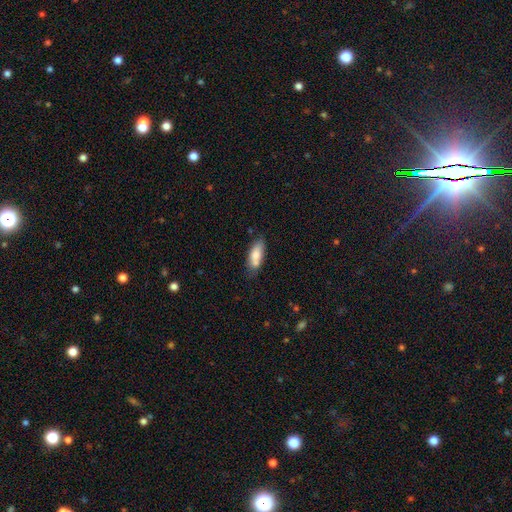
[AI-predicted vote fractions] Smooth or featured?
  - smooth: 77% *
  - featured or disk: 16%
  - star or artifact: 7%
How rounded?
  - in between: 72% *
  - cigar-shaped: 25%
  - round: 2%
Merging?
  - none: 61% *
  - minor disturbance: 21%
  - merger: 13%
  - major disturbance: 5%